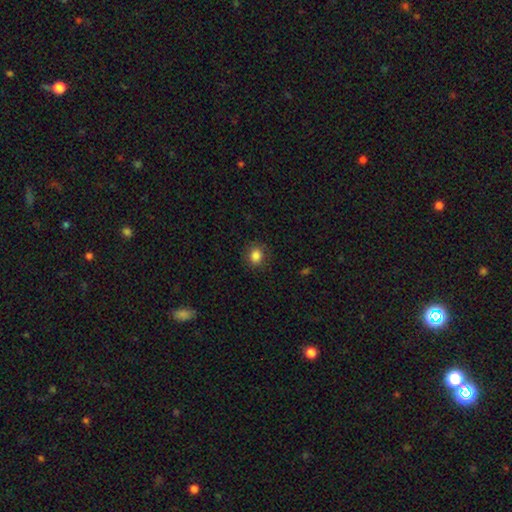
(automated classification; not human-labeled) smooth-or-featured: smooth: 85% | star or artifact: 11% | featured or disk: 5%
  how-rounded: round: 72% | in between: 27% | cigar-shaped: 1%
  merging: none: 87% | minor disturbance: 9% | major disturbance: 3% | merger: 1%